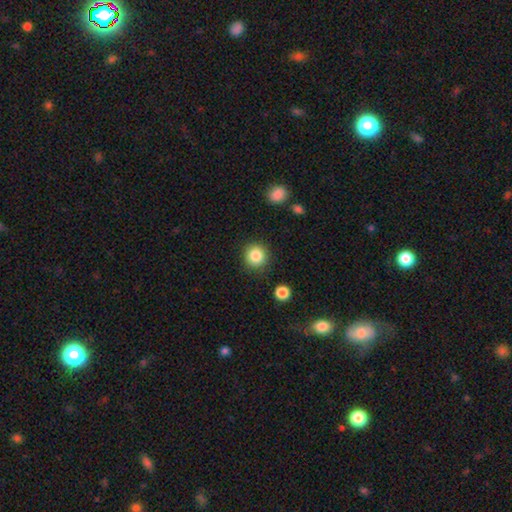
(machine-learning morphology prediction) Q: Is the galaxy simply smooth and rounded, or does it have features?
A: smooth — 85%.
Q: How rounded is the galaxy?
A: round — 92%.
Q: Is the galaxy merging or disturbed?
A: none — 88%.